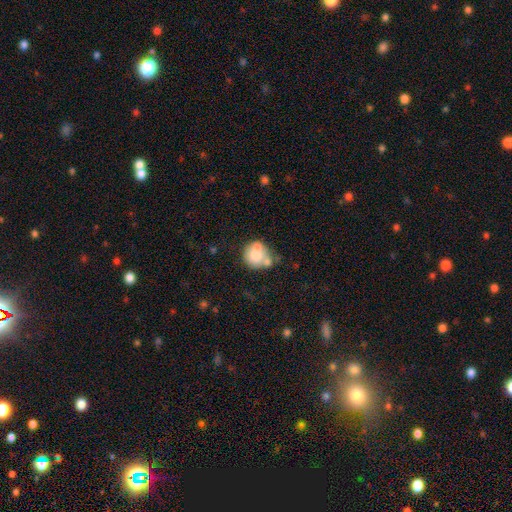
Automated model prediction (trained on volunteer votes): Smooth or featured? smooth (66%)
How rounded? round (79%)
Merging? none (38%)